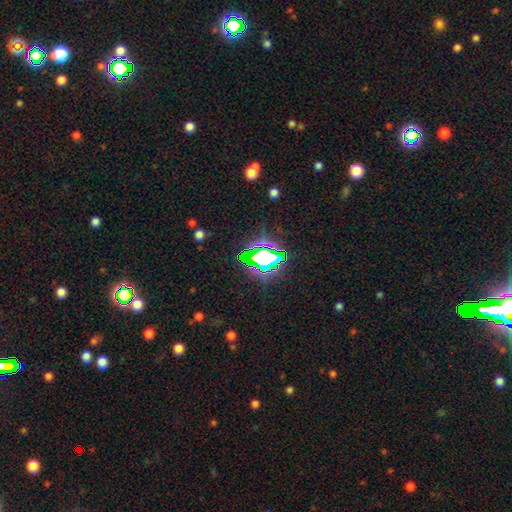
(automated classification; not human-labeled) Q: Smooth or featured?
A: star or artifact (77%); runner-up: smooth (13%)